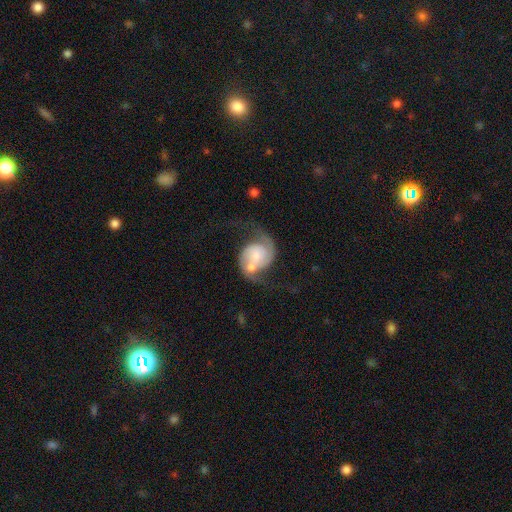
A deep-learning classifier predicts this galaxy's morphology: This is clearly a featured or disk galaxy (84%). It is clearly not viewed edge-on (98%). Bar: likely no (70%). Spiral arm pattern: clearly yes (96%). Spiral arm count: clearly 2 (92%). Spiral winding: possibly loose (50%). Central bulge: marginally small (42%). Merging: possibly none (46%).